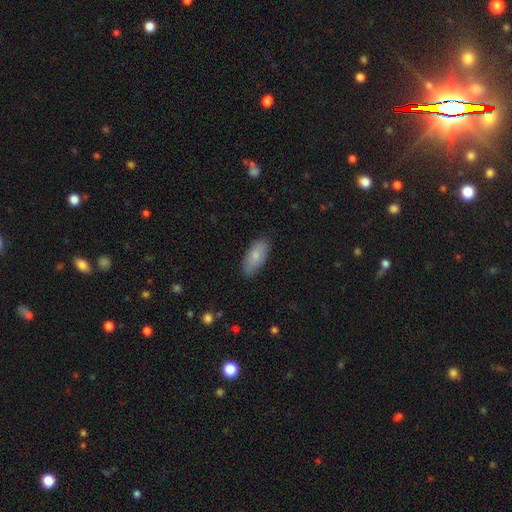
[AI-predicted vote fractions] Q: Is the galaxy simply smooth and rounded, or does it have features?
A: smooth — 82%.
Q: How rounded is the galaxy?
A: in between — 87%.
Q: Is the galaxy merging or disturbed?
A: none — 85%.